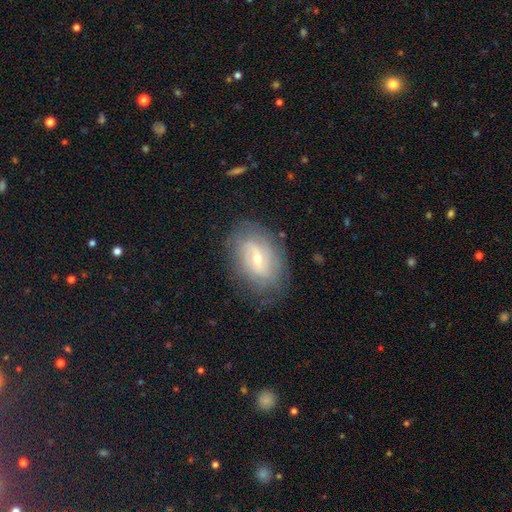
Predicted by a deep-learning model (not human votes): smooth-or-featured: featured or disk: 59% | smooth: 29% | star or artifact: 12%
  disk-edge-on: no: 91% | yes: 9%
    bar: weak: 46% | no: 35% | strong: 19%
    has-spiral-arms: yes: 70% | no: 30%
    bulge-size: small: 58% | moderate: 38% | large: 2% | none: 1% | dominant: 1%
  merging: none: 79% | minor disturbance: 15% | major disturbance: 5% | merger: 1%